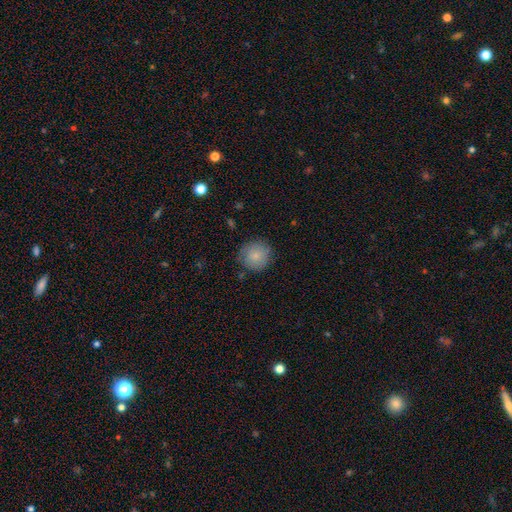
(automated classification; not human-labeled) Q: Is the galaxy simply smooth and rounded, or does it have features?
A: smooth — 81%.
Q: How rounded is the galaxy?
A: round — 92%.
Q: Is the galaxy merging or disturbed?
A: none — 80%.